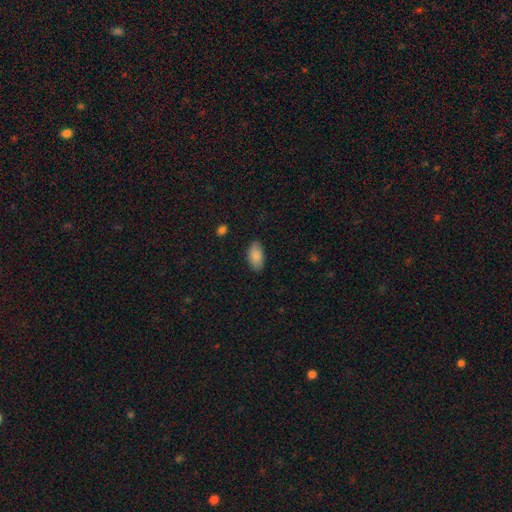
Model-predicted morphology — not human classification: Smooth or featured?
  - smooth: 87% *
  - star or artifact: 7%
  - featured or disk: 6%
How rounded?
  - in between: 94% *
  - cigar-shaped: 3%
  - round: 3%
Merging?
  - none: 85% *
  - minor disturbance: 11%
  - major disturbance: 3%
  - merger: 1%